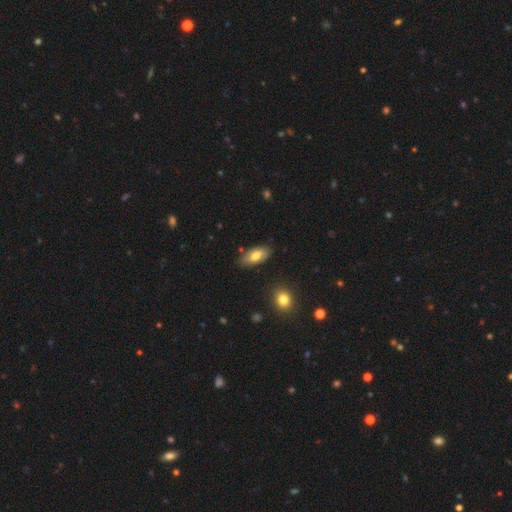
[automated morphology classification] Smooth or featured?
  - smooth: 70% *
  - featured or disk: 24%
  - star or artifact: 7%
How rounded?
  - in between: 89% *
  - cigar-shaped: 8%
  - round: 2%
Merging?
  - none: 82% *
  - minor disturbance: 14%
  - major disturbance: 2%
  - merger: 2%